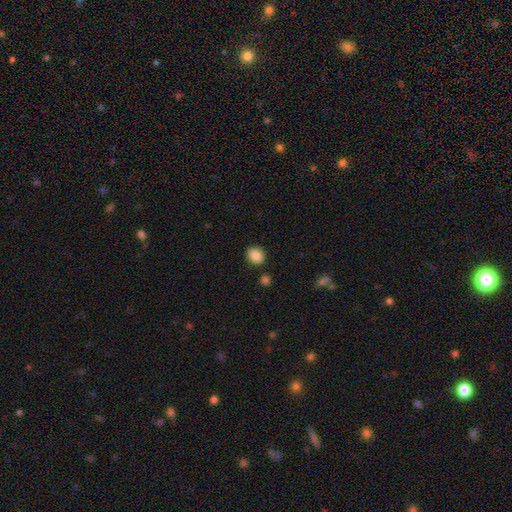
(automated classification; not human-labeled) This is clearly a smooth galaxy (86%). How rounded: likely round (77%). Merging: clearly none (86%).